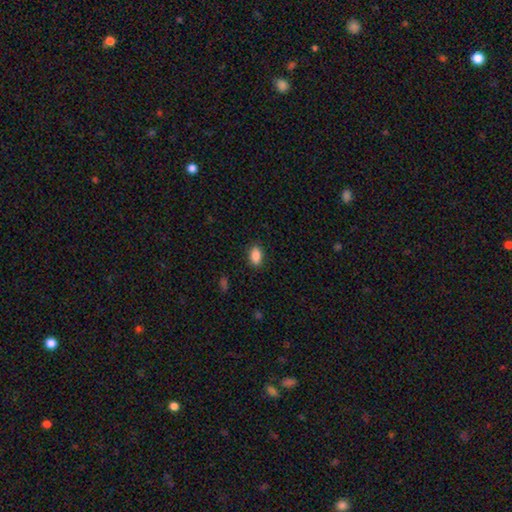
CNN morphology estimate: smooth-or-featured: smooth: 88% | star or artifact: 8% | featured or disk: 3%
  how-rounded: in between: 90% | round: 7% | cigar-shaped: 3%
  merging: none: 87% | minor disturbance: 9% | major disturbance: 2% | merger: 1%